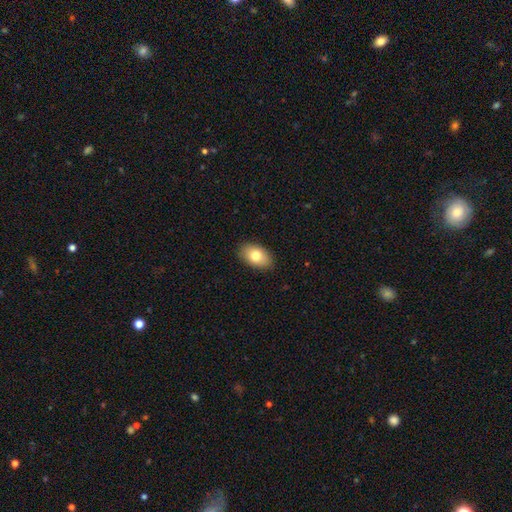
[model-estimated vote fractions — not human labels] Overall: smooth (79%). How rounded: in between (91%). Merging: none (88%).